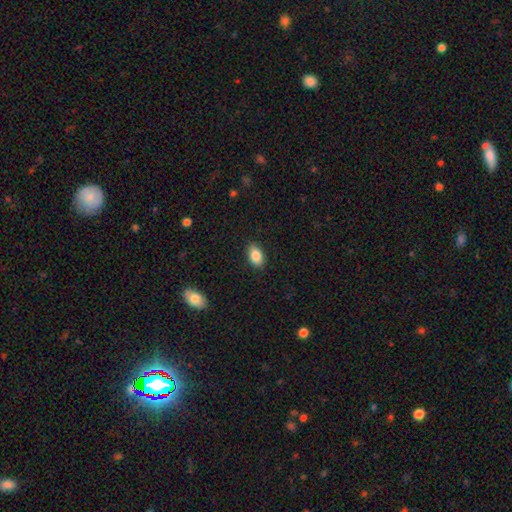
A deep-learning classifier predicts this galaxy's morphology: type=smooth (85%); roundness=in between (91%); merging=none (87%).